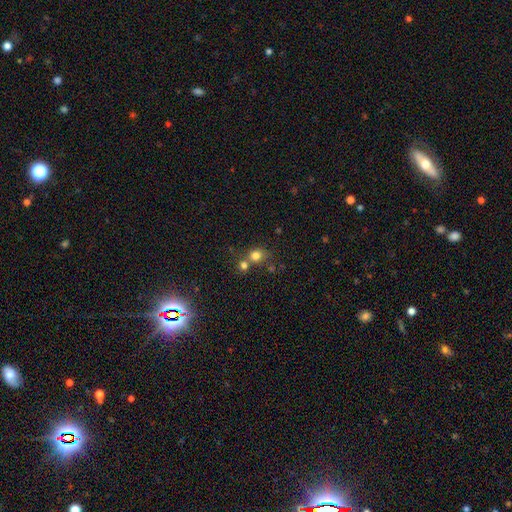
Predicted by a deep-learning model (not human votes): The model was most divided on "merging": none: 50%, merger: 37%, minor disturbance: 9%, major disturbance: 4%. More confident: how rounded — round (80%); smooth or featured — smooth (77%).